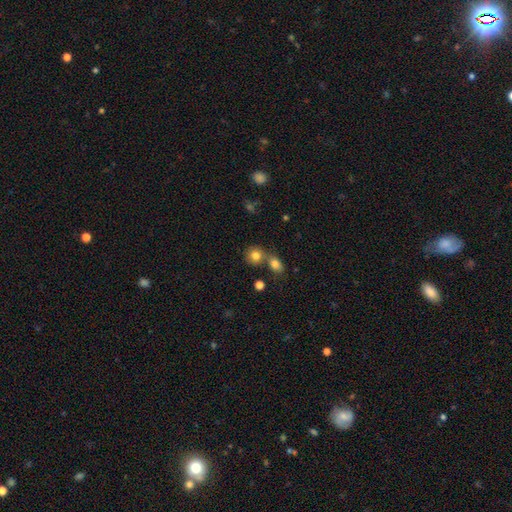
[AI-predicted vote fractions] The model was most divided on "merging": none: 51%, merger: 37%, minor disturbance: 8%, major disturbance: 3%. More confident: how rounded — round (81%); smooth or featured — smooth (80%).